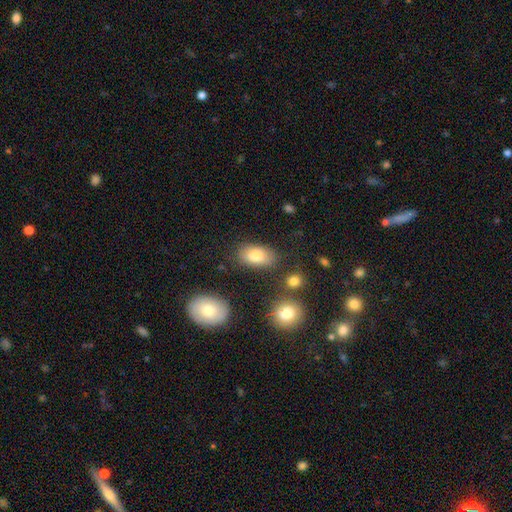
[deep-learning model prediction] Smooth or featured? smooth (81%)
How rounded? in between (91%)
Merging? none (76%)